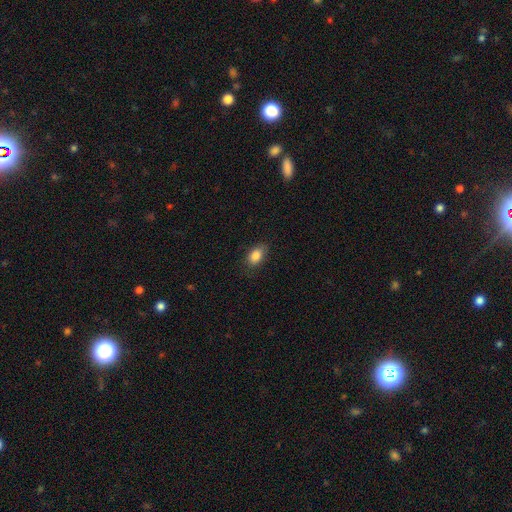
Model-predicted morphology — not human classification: smooth 85%, star or artifact 8%, featured or disk 7%. Down the decision tree: how rounded — in between (86%); merging — none (80%).